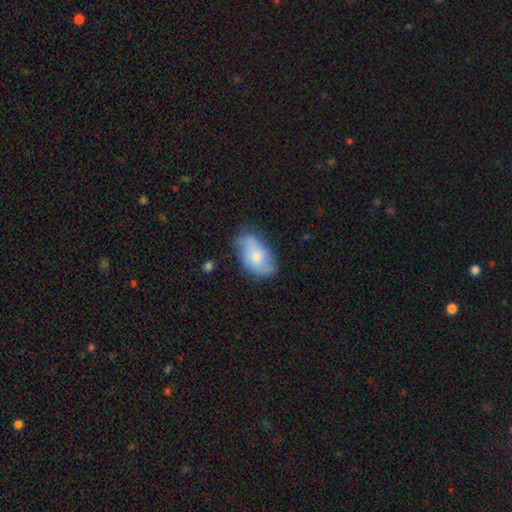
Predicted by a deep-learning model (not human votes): This appears to be a smooth galaxy with no disk features (62%) that is in between round and cigar-shaped (92%). Merging: none (50%).